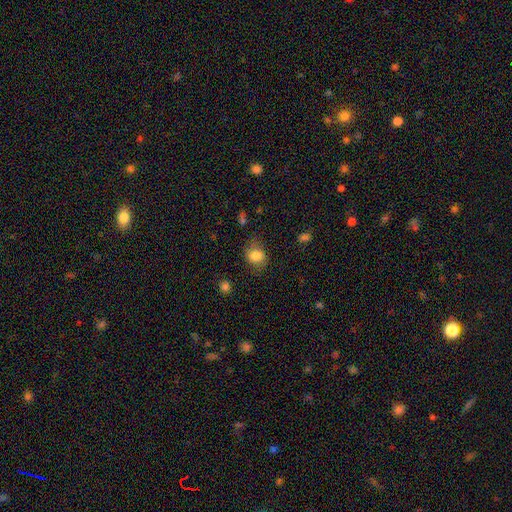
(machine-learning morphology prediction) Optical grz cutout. It shows a smooth galaxy with no disk features (80%) that is round (51%). Merging: none (66%).